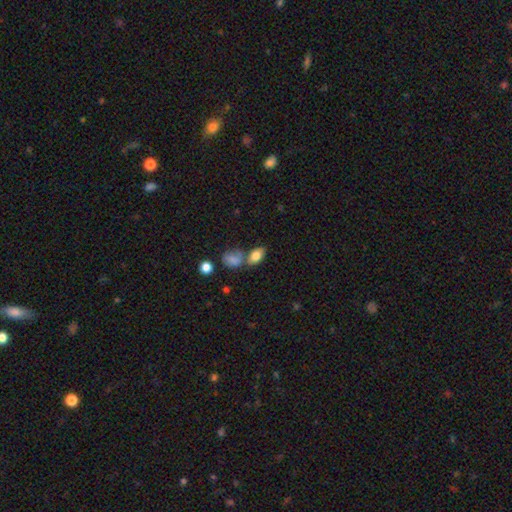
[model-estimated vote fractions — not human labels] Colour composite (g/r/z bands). It shows a smooth galaxy with no disk features (81%) that is in between round and cigar-shaped (88%). Merging: none (52%).